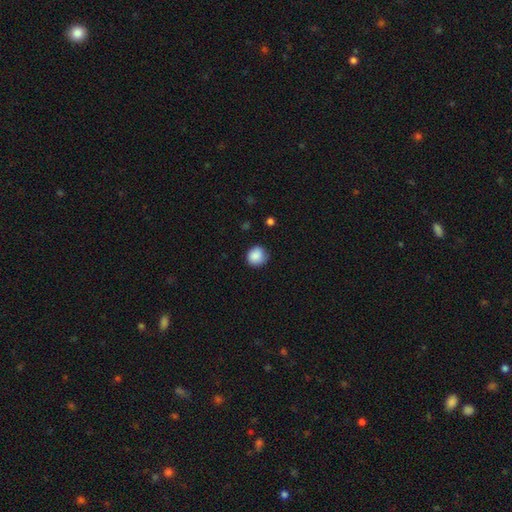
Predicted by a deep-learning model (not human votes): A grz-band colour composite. It shows a smooth galaxy with no disk features (87%) that is round (86%). Merging: none (73%).